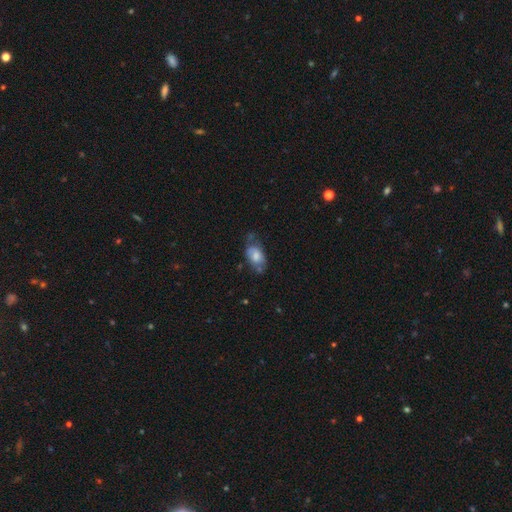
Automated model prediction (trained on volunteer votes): The model was most divided on "merging": none: 47%, minor disturbance: 32%, major disturbance: 13%, merger: 8%. More confident: how rounded — in between (90%); smooth or featured — smooth (63%).